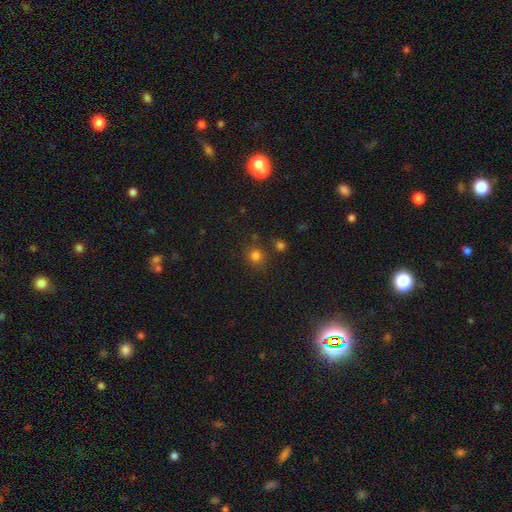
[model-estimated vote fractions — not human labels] smooth 78%, star or artifact 17%, featured or disk 5%. Down the decision tree: how rounded — round (83%); merging — none (78%).